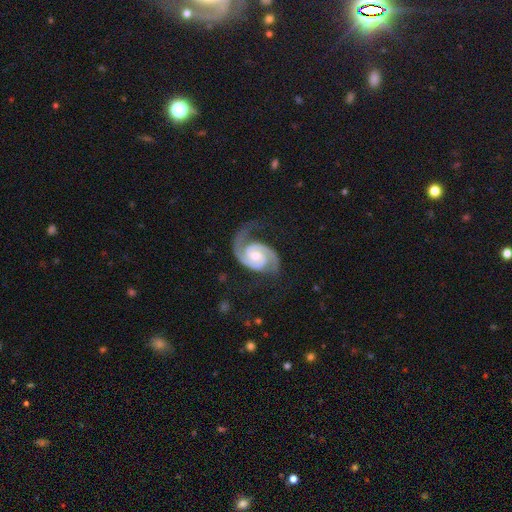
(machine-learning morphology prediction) A featured or disk galaxy (93%) with no bar (58%), 2 (93%) medium (47%) spiral arms (99%) and a moderate central bulge (54%). Merging: none (66%).